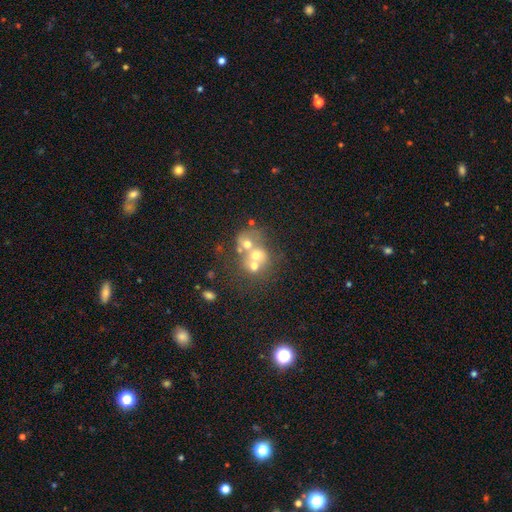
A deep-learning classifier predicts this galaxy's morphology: Smooth or featured: smooth — 52% (featured or disk — 33%)
How rounded: round — 70% (in between — 29%)
Merging: merger — 62% (none — 26%)